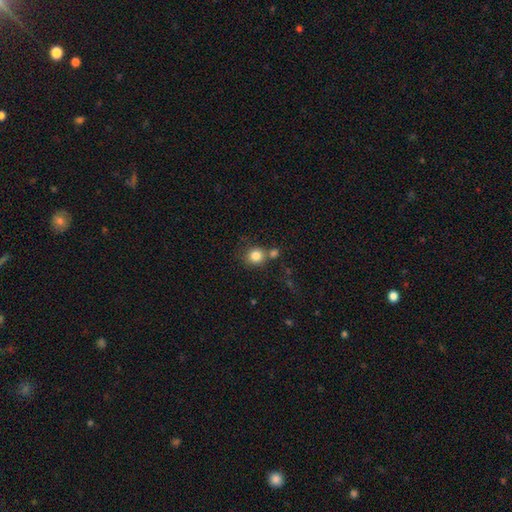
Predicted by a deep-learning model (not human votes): smooth 83%, star or artifact 11%, featured or disk 6%. Down the decision tree: how rounded — round (87%); merging — none (63%).